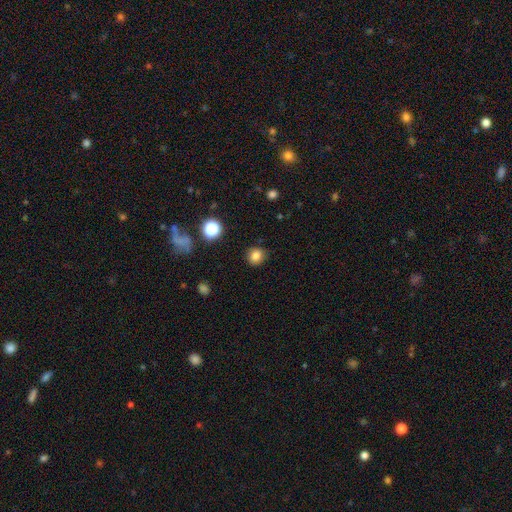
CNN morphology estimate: A smooth galaxy with no disk features (82%) that is round (83%). Merging: none (87%).